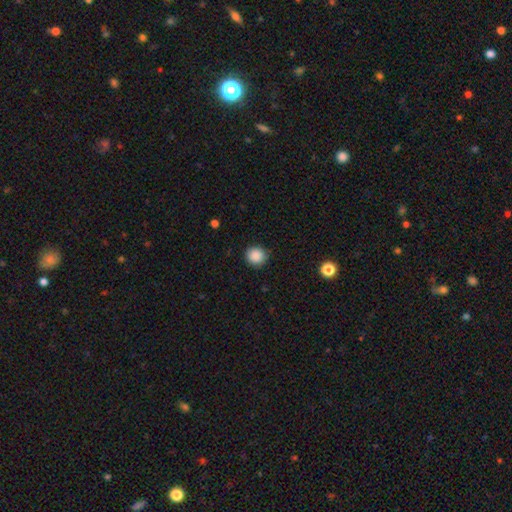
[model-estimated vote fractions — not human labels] Overall: smooth (88%). How rounded: round (92%). Merging: none (89%).